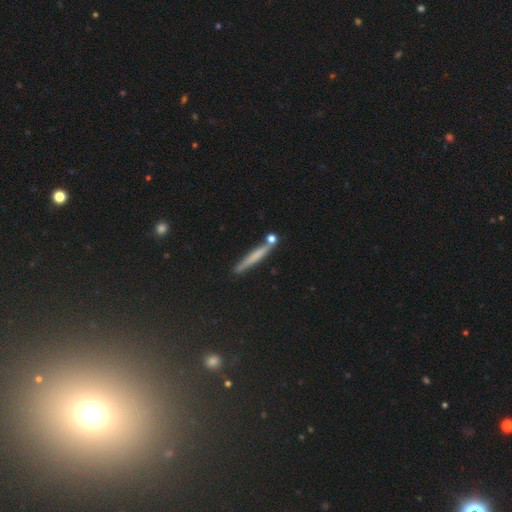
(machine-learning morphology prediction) Overall: smooth (53%; featured or disk 36%). How rounded: cigar-shaped (94%). Merging: none (78%).